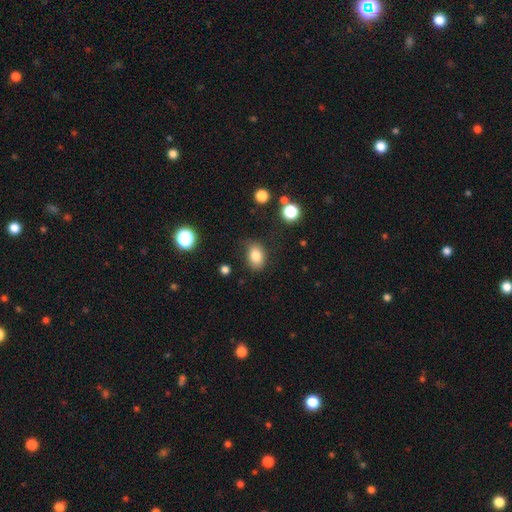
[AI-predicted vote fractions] A smooth galaxy with no disk features (82%) that is in between round and cigar-shaped (74%). Merging: none (76%).